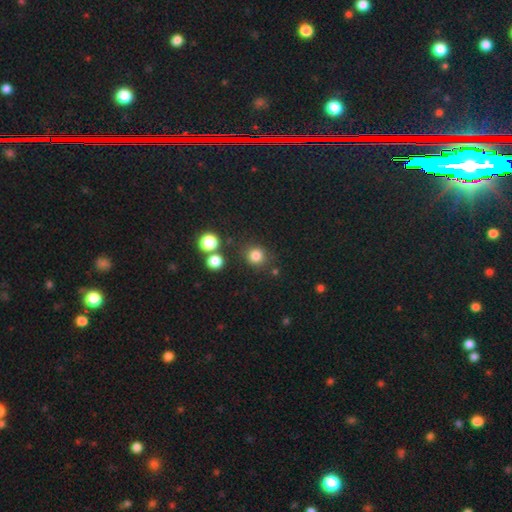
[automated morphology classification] smooth 81%, star or artifact 14%, featured or disk 5%. Down the decision tree: how rounded — round (88%); merging — none (82%).